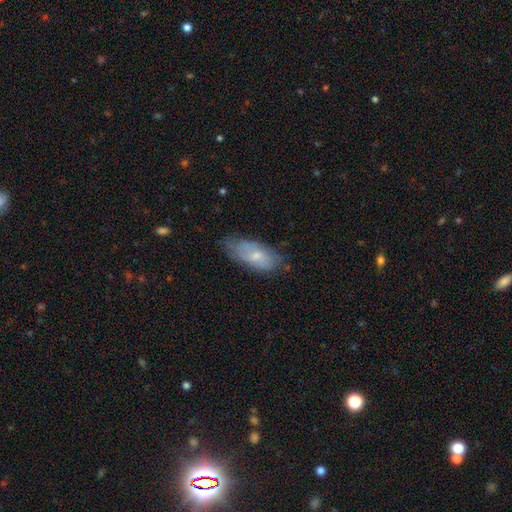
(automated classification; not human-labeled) smooth-or-featured: smooth: 60% | featured or disk: 33% | star or artifact: 7%
  how-rounded: in between: 83% | cigar-shaped: 14% | round: 3%
  merging: none: 60% | minor disturbance: 30% | major disturbance: 9% | merger: 2%